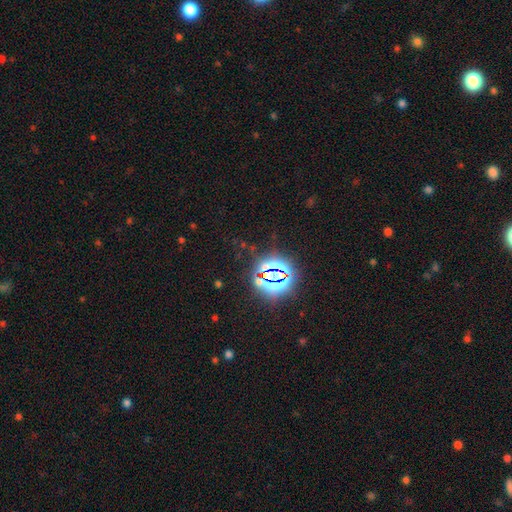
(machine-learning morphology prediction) Q: Smooth or featured?
A: star or artifact (81%); runner-up: smooth (11%)